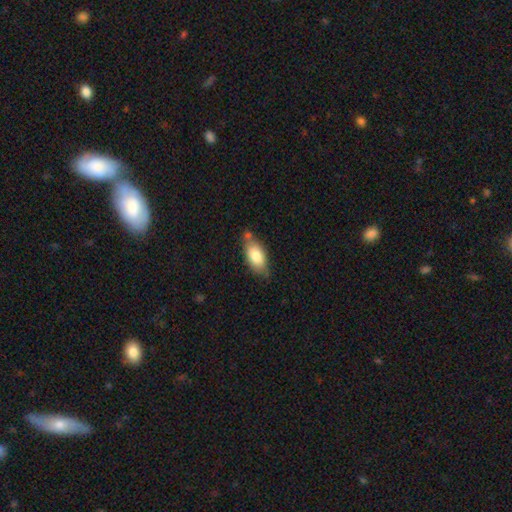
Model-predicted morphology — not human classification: Q: Smooth or featured?
A: smooth (81%); runner-up: featured or disk (13%)
Q: How rounded?
A: in between (90%); runner-up: cigar-shaped (7%)
Q: Merging?
A: none (65%); runner-up: minor disturbance (21%)